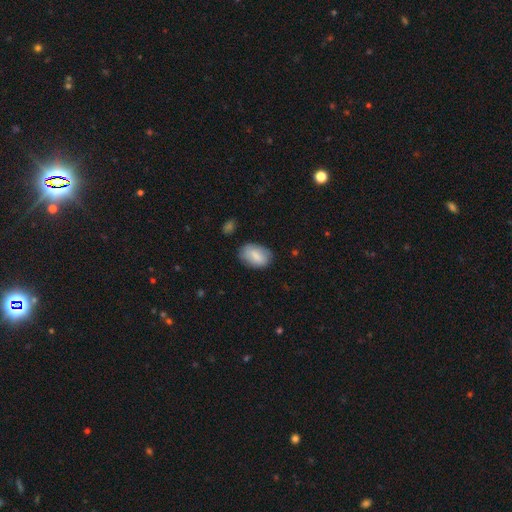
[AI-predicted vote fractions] This appears to be a smooth galaxy with no disk features (77%) that is in between round and cigar-shaped (89%). Merging: none (74%).